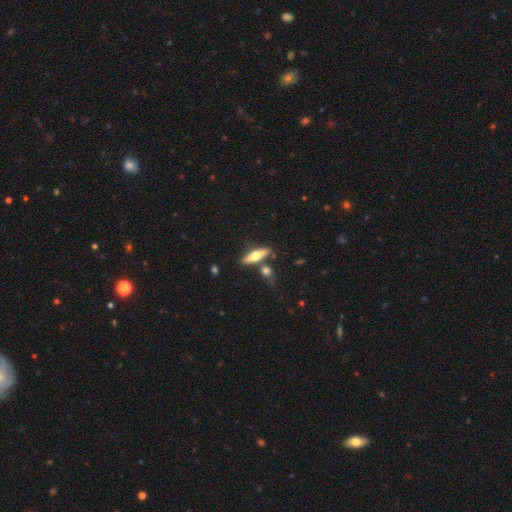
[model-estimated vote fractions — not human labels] Smooth or featured? Predicted: smooth (p=0.53). How rounded? Predicted: cigar-shaped (p=0.64). Merging? Predicted: none (p=0.72).